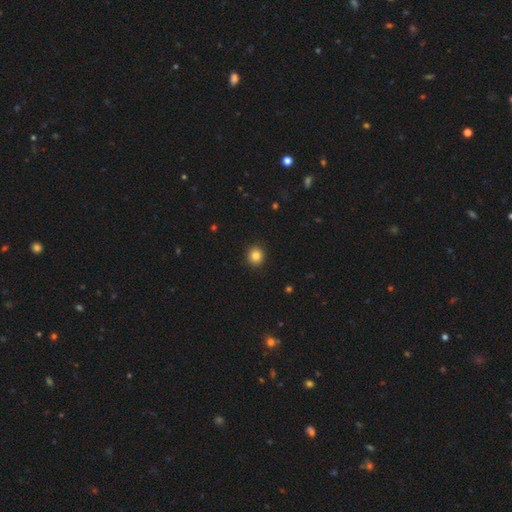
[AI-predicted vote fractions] smooth-or-featured: smooth: 83% | star or artifact: 11% | featured or disk: 6%
  how-rounded: round: 89% | in between: 10% | cigar-shaped: 1%
  merging: none: 92% | minor disturbance: 5% | major disturbance: 2% | merger: 1%